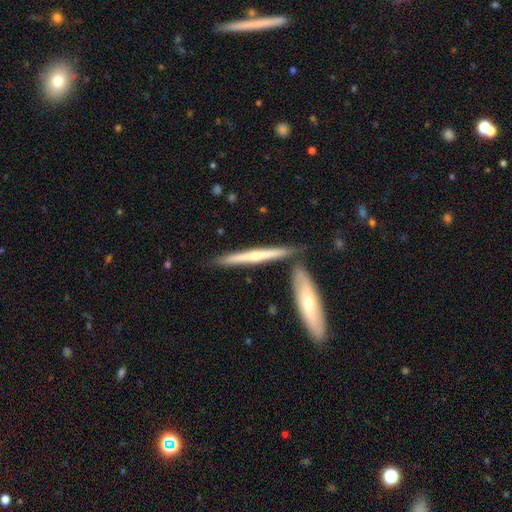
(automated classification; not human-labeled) The model was most divided on "smooth or featured": featured or disk: 58%, smooth: 37%, star or artifact: 5%. More confident: edge-on disk — yes (96%); merging — none (74%); edge-on bulge — rounded (58%).